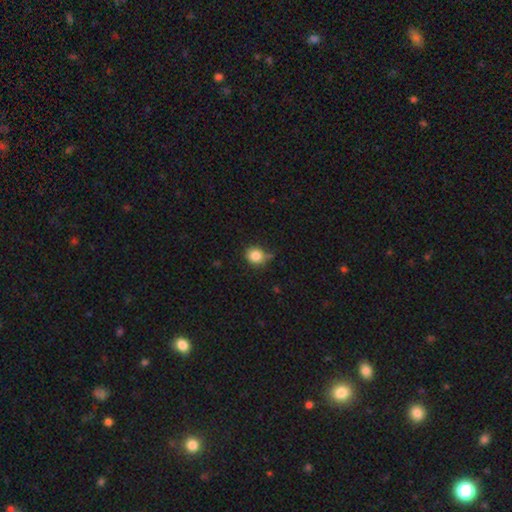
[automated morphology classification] smooth-or-featured: smooth: 83% | star or artifact: 11% | featured or disk: 6%
  how-rounded: round: 84% | in between: 15% | cigar-shaped: 1%
  merging: none: 67% | minor disturbance: 24% | major disturbance: 5% | merger: 4%